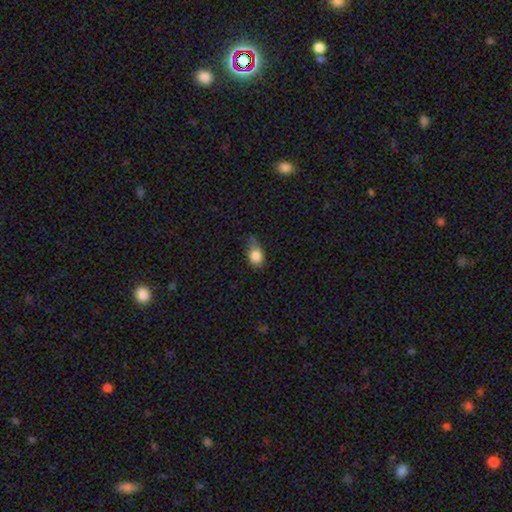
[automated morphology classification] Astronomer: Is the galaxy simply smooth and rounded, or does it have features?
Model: smooth — 83%.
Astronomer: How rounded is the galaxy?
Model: in between — 67%.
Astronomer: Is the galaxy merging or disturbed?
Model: minor disturbance — 45% (runner-up: none, 40%).